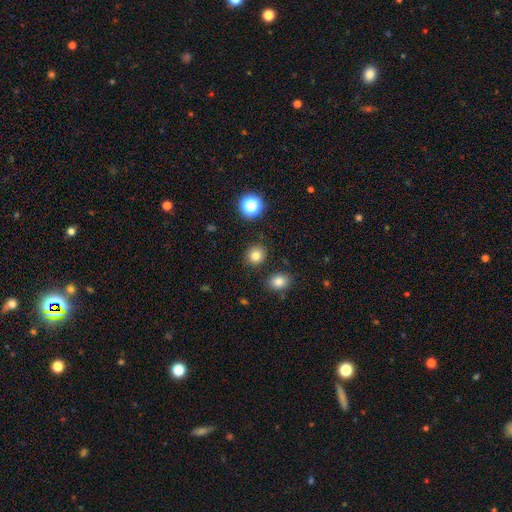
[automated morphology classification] A smooth galaxy with no disk features (81%) that is round (86%).

Vote fractions:
- Smooth or featured? smooth: 81% / star or artifact: 14% / featured or disk: 5%
- How rounded? round: 86% / in between: 13% / cigar-shaped: 1%
- Merging? none: 88% / minor disturbance: 7% / merger: 3% / major disturbance: 2%